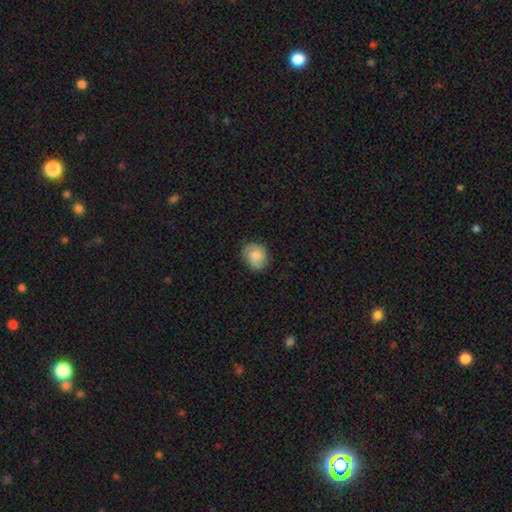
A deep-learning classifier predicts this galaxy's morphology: Overall: smooth (71%). How rounded: round (65%; in between 34%). Merging: none (75%).